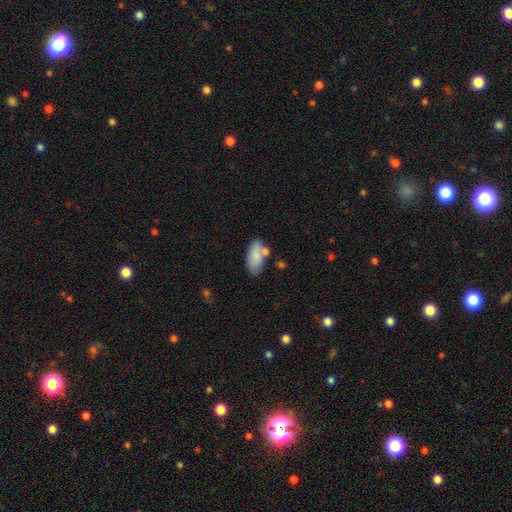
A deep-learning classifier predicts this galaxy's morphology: Smooth or featured? smooth (82%)
How rounded? in between (90%)
Merging? none (63%)